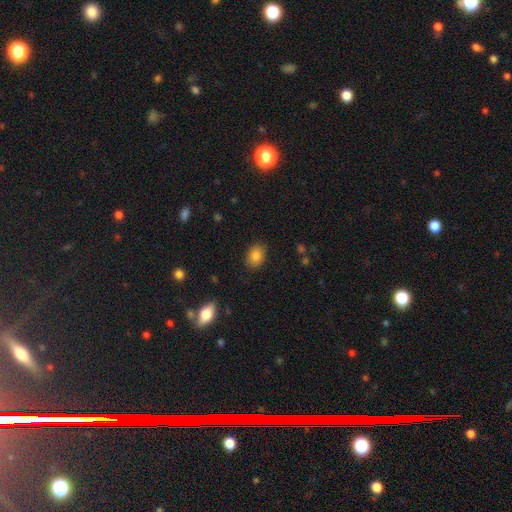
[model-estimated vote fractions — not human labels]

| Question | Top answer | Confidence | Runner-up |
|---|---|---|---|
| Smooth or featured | smooth | 84% | star or artifact (9%) |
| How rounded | in between | 71% | round (28%) |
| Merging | none | 86% | minor disturbance (10%) |